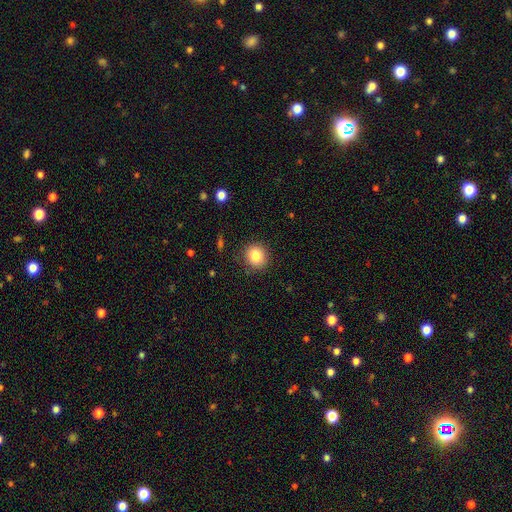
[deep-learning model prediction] smooth 84%, star or artifact 10%, featured or disk 6%. Down the decision tree: how rounded — round (87%); merging — none (88%).